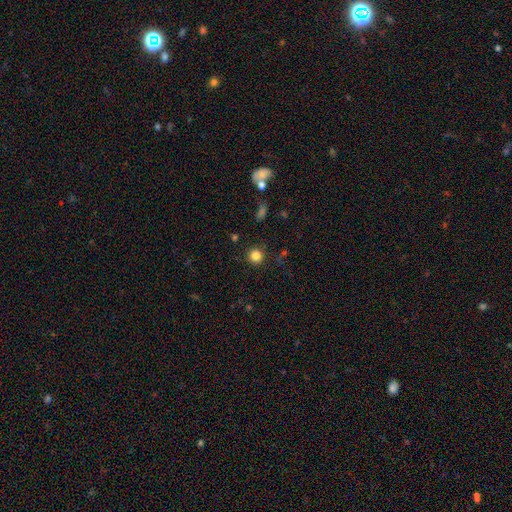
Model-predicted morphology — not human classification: This appears to be a smooth galaxy with no disk features (83%) that is round (95%). Merging: none (90%).